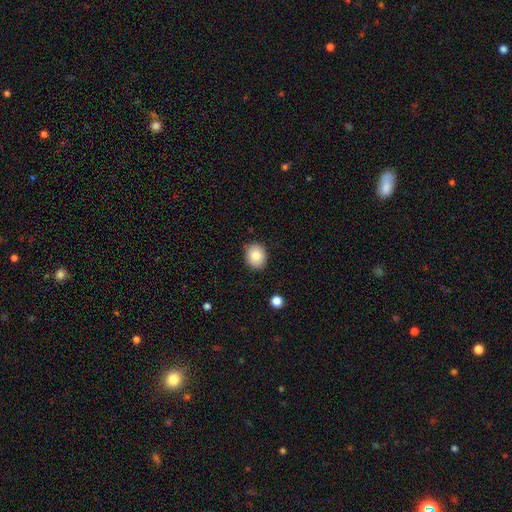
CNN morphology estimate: Smooth or featured: smooth — 81% (featured or disk — 10%)
How rounded: round — 57% (in between — 42%)
Merging: none — 87% (minor disturbance — 10%)